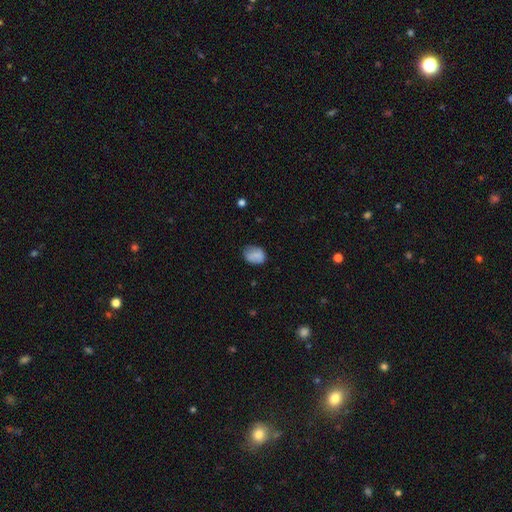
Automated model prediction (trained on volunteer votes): smooth-or-featured: smooth: 80% | featured or disk: 11% | star or artifact: 8%
  how-rounded: in between: 65% | round: 34% | cigar-shaped: 1%
  merging: none: 68% | minor disturbance: 24% | major disturbance: 6% | merger: 2%